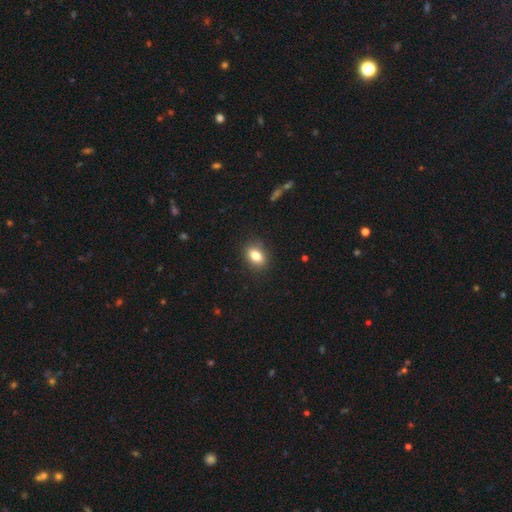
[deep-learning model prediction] smooth-or-featured: smooth: 82% | star or artifact: 9% | featured or disk: 8%
  how-rounded: in between: 75% | round: 24% | cigar-shaped: 1%
  merging: none: 87% | minor disturbance: 9% | major disturbance: 2% | merger: 1%